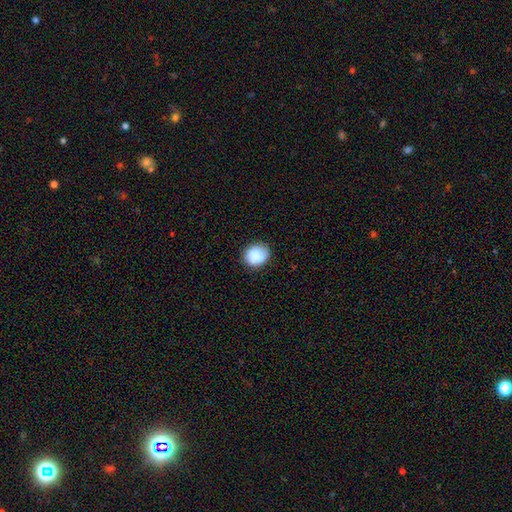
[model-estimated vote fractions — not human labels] Q: Smooth or featured?
A: smooth (88%); runner-up: star or artifact (7%)
Q: How rounded?
A: round (77%); runner-up: in between (22%)
Q: Merging?
A: none (83%); runner-up: minor disturbance (13%)